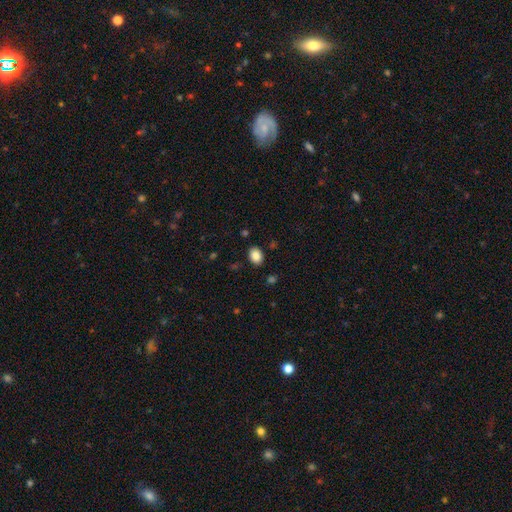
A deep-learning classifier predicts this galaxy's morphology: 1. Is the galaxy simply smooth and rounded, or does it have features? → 87% smooth, 9% star or artifact, 4% featured or disk.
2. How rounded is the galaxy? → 74% in between, 25% round, 1% cigar-shaped.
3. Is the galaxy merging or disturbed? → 87% none, 9% minor disturbance, 2% major disturbance, 2% merger.